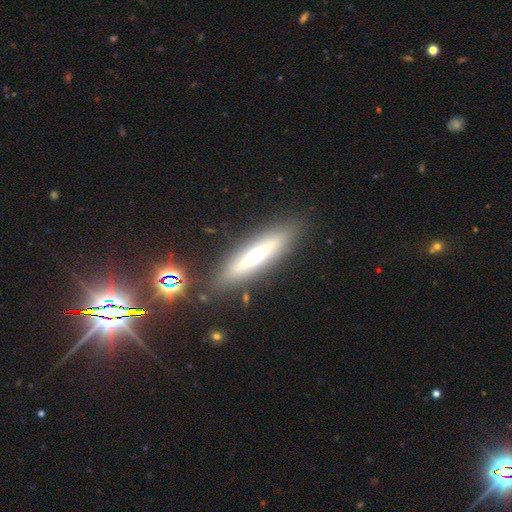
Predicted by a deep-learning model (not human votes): Smooth or featured: featured or disk — 53% (smooth — 38%)
Edge-on disk: yes — 84% (no — 16%)
Merging: none — 84% (minor disturbance — 10%)